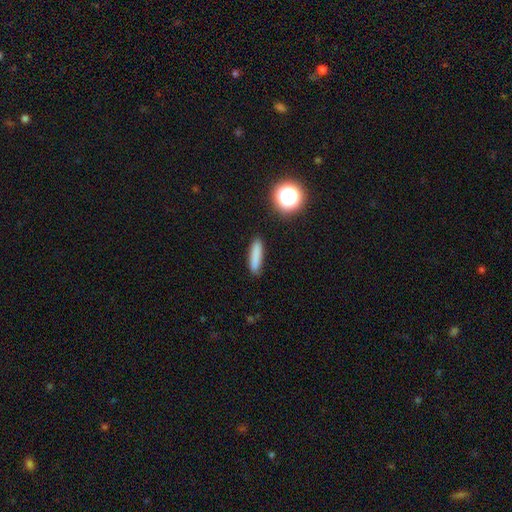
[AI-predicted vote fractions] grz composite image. It shows a smooth galaxy with no disk features (82%) that is cigar-shaped (80%). Merging: none (87%).